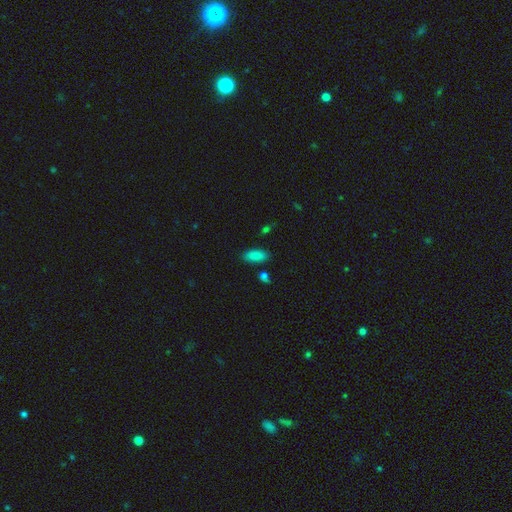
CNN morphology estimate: The model was most divided on "merging": none: 84%, minor disturbance: 10%, merger: 3%, major disturbance: 3%. More confident: how rounded — in between (86%); smooth or featured — smooth (86%).